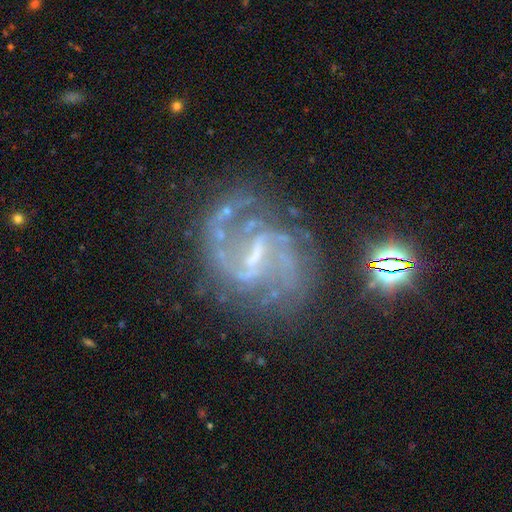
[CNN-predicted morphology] Smooth or featured?
  - featured or disk: 88% *
  - star or artifact: 8%
  - smooth: 4%
Edge-on disk?
  - no: 98% *
  - yes: 2%
Bar?
  - strong: 47% *
  - weak: 44%
  - no: 9%
Spiral arms?
  - yes: 96% *
  - no: 4%
Spiral winding?
  - medium: 54% *
  - loose: 26%
  - tight: 21%
Spiral arm count?
  - 2: 74% *
  - can't tell: 9%
  - 3: 7%
  - 1: 4%
  - 4: 3%
  - more than 4: 3%
Bulge size?
  - small: 49% *
  - none: 32%
  - moderate: 17%
  - large: 2%
  - dominant: 1%
Merging?
  - none: 67% *
  - minor disturbance: 17%
  - major disturbance: 13%
  - merger: 3%